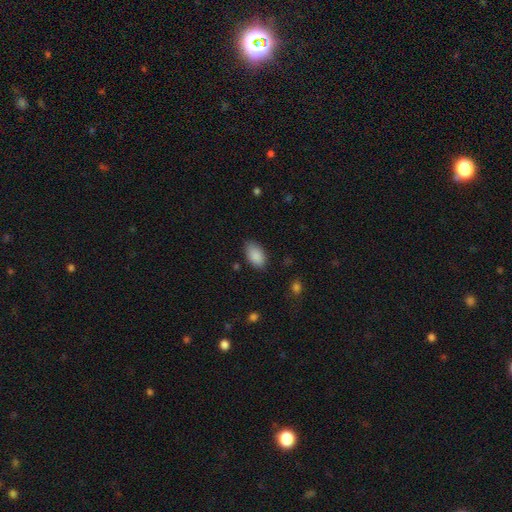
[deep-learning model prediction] The model was most divided on "merging": none: 81%, minor disturbance: 15%, major disturbance: 3%, merger: 1%. More confident: how rounded — in between (94%); smooth or featured — smooth (89%).